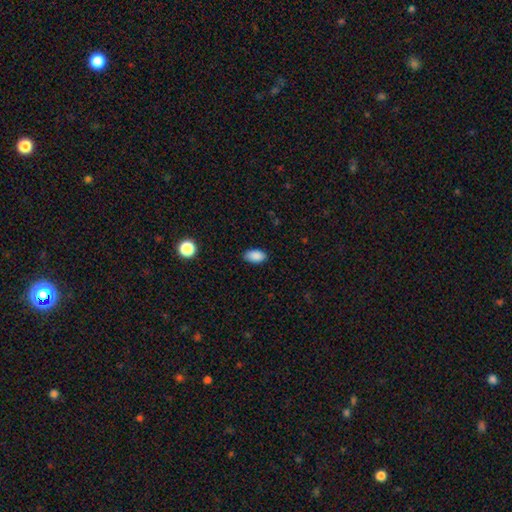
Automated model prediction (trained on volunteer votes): smooth-or-featured: smooth: 89% | star or artifact: 8% | featured or disk: 3%
  how-rounded: in between: 93% | round: 5% | cigar-shaped: 2%
  merging: none: 86% | minor disturbance: 11% | major disturbance: 2% | merger: 1%